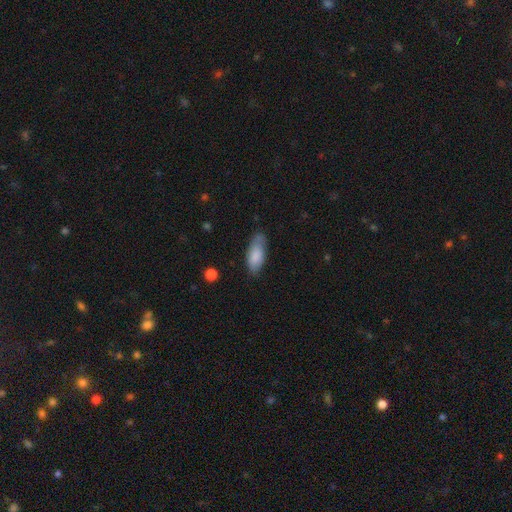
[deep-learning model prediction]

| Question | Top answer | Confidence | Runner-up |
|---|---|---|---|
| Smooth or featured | smooth | 83% | featured or disk (11%) |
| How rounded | in between | 83% | cigar-shaped (15%) |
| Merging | none | 64% | minor disturbance (28%) |